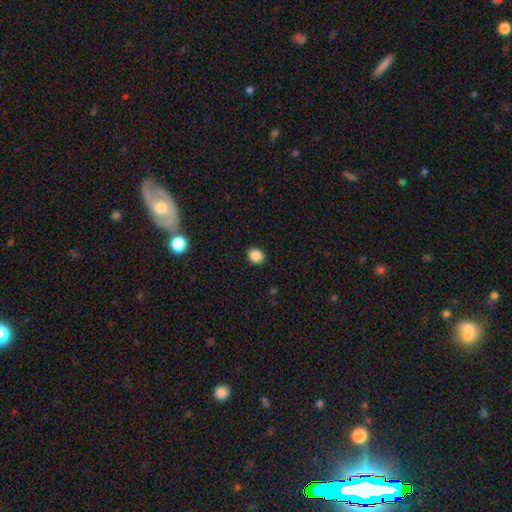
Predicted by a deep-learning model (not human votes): Smooth or featured: smooth — 87% (star or artifact — 10%)
How rounded: round — 73% (in between — 26%)
Merging: none — 92% (minor disturbance — 6%)